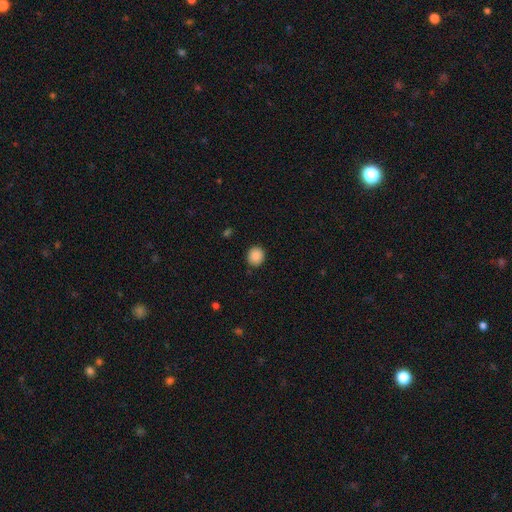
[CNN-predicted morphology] Overall: smooth (89%). How rounded: round (82%). Merging: none (89%).